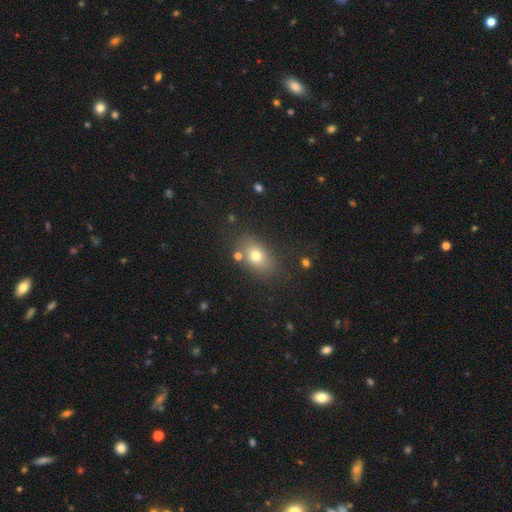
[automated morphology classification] Q: Smooth or featured?
A: smooth (73%); runner-up: featured or disk (14%)
Q: How rounded?
A: in between (75%); runner-up: round (22%)
Q: Merging?
A: none (75%); runner-up: minor disturbance (14%)